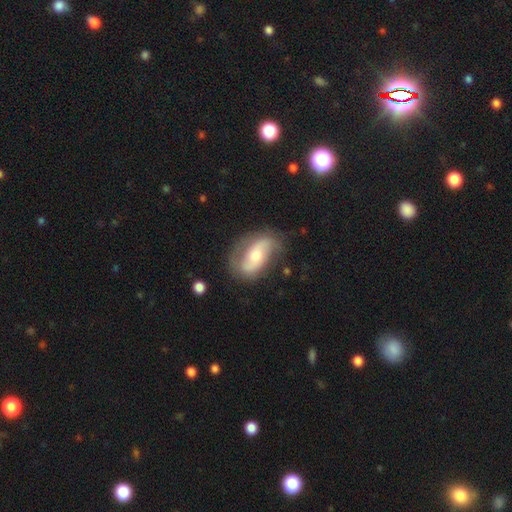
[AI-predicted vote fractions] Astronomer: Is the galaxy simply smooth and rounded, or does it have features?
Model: featured or disk — 70%.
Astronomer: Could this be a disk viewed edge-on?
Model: no — 94%.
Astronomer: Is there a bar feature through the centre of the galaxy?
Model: no — 44% (runner-up: weak, 33%).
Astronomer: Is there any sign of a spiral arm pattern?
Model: yes — 85%.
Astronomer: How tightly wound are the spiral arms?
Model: loose — 47% (runner-up: medium, 35%).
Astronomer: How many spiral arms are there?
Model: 2 — 84%.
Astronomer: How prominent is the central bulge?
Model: moderate — 58%.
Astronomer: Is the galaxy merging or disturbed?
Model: none — 69%.